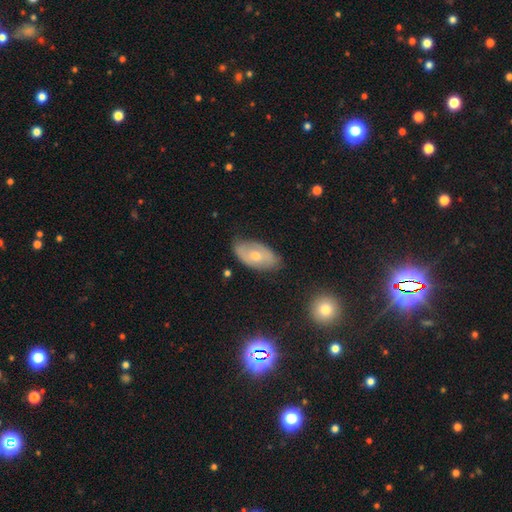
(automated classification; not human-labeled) Morphology: type=featured or disk (50%); merging=none (72%).